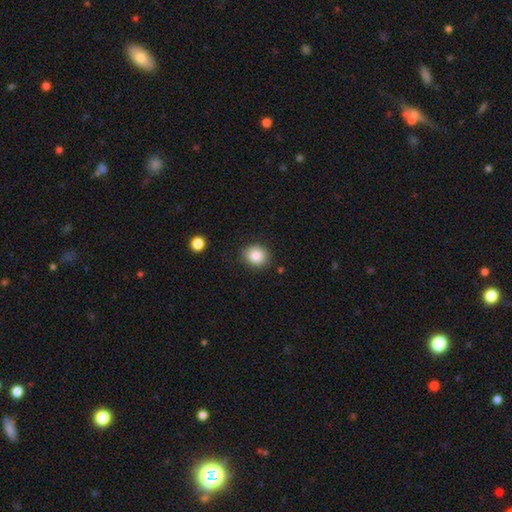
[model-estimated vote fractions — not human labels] smooth_or_featured: smooth (p=0.85) [alt: star or artifact p=0.09]
how_rounded: round (p=0.72) [alt: in between p=0.27]
merging: none (p=0.85) [alt: minor disturbance p=0.11]